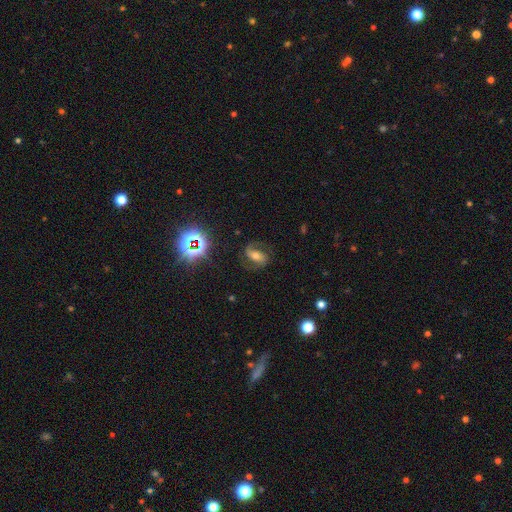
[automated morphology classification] smooth-or-featured: featured or disk: 67% | star or artifact: 17% | smooth: 16%
  disk-edge-on: no: 96% | yes: 4%
    bar: strong: 38% | no: 32% | weak: 30%
    has-spiral-arms: yes: 91% | no: 9%
      spiral-winding: medium: 49% | loose: 30% | tight: 21%
      spiral-arm-count: 2: 83% | 1: 8% | can't tell: 5% | 3: 1% | 4: 1% | more than 4: 1%
    bulge-size: moderate: 62% | small: 27% | large: 7% | none: 2% | dominant: 2%
  merging: none: 72% | minor disturbance: 15% | major disturbance: 11% | merger: 2%